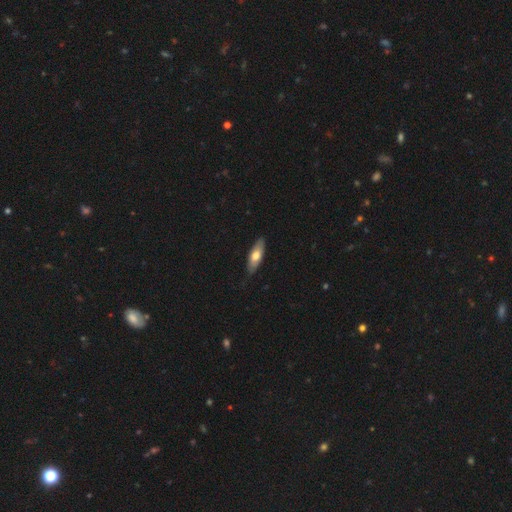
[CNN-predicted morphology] This is likely a smooth galaxy (64%). How rounded: likely in between (63%). Merging: clearly none (83%).